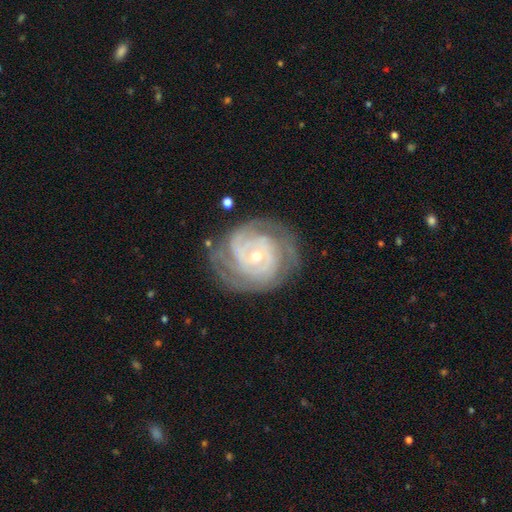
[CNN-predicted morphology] Smooth or featured? Predicted: featured or disk (p=0.87). Edge-on disk? Predicted: no (p=0.98). Bar? Predicted: no (p=0.70). Spiral arms? Predicted: yes (p=0.96). Spiral winding? Predicted: tight (p=0.76). Spiral arm count? Predicted: can't tell (p=0.26). Bulge size? Predicted: small (p=0.61). Merging? Predicted: none (p=0.75).